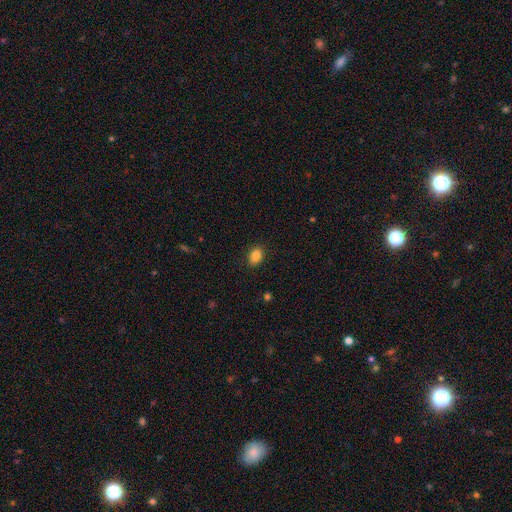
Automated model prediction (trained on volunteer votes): Smooth or featured? smooth (85%)
How rounded? in between (67%)
Merging? none (88%)